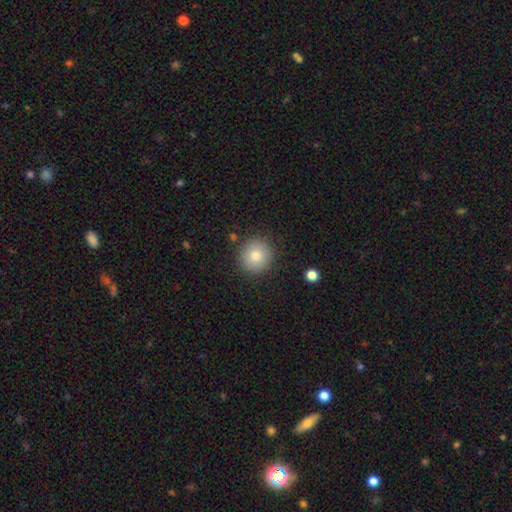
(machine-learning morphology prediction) This is likely a smooth galaxy (80%). How rounded: clearly round (92%). Merging: clearly none (89%).